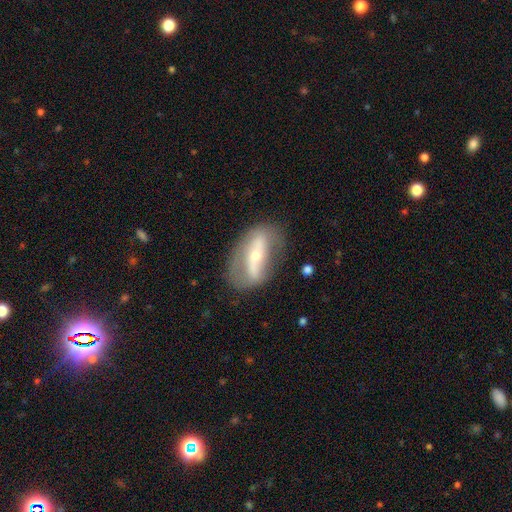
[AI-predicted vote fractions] A featured or disk galaxy (72%) with a strong bar (63%), spiral arms (51%) and a small central bulge (55%).

Vote fractions:
- Smooth or featured? featured or disk: 72% / smooth: 22% / star or artifact: 7%
- Edge-on disk? no: 79% / yes: 21%
- Bar? strong: 63% / no: 20% / weak: 17%
- Spiral arms? yes: 51% / no: 49%
- Bulge size? small: 55% / moderate: 41% / large: 2% / dominant: 1% / none: 1%
- Merging? none: 68% / minor disturbance: 19% / major disturbance: 11% / merger: 2%